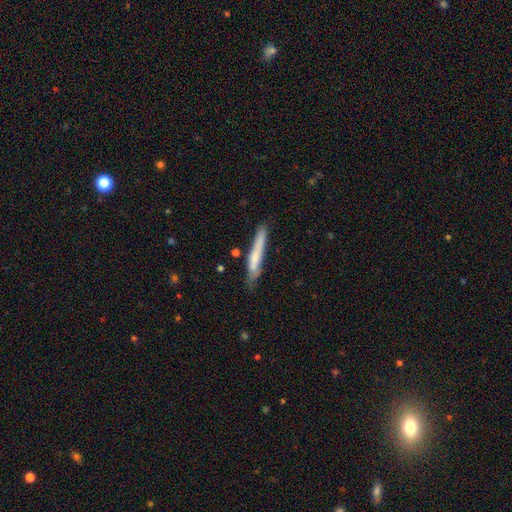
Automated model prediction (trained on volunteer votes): Smooth or featured: smooth — 64% (featured or disk — 30%)
How rounded: cigar-shaped — 95% (in between — 4%)
Merging: none — 73% (minor disturbance — 20%)